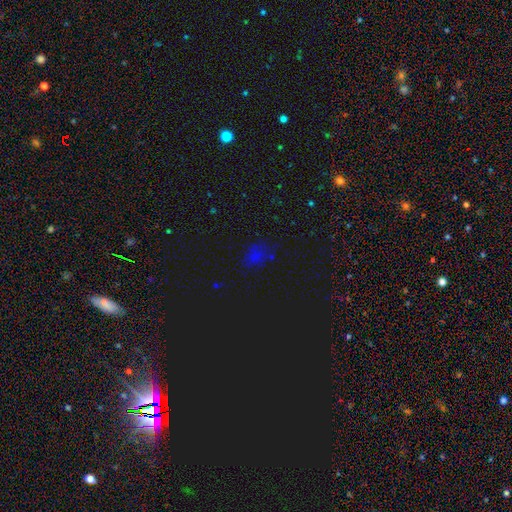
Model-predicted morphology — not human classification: Q: Smooth or featured?
A: smooth (50%); runner-up: star or artifact (42%)
Q: How rounded?
A: in between (59%); runner-up: round (39%)
Q: Merging?
A: none (66%); runner-up: minor disturbance (19%)